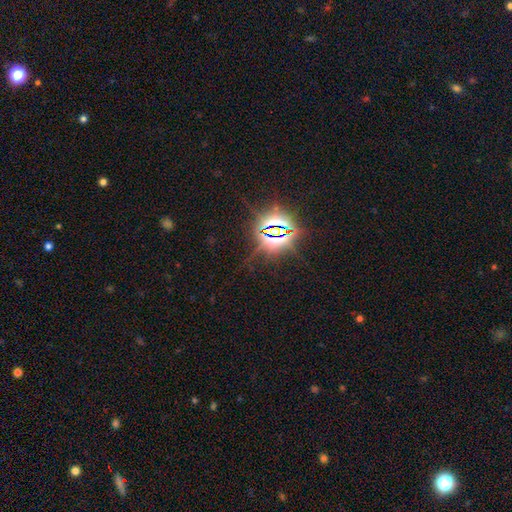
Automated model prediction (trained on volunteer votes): Smooth or featured?
  - star or artifact: 84% *
  - smooth: 9%
  - featured or disk: 7%